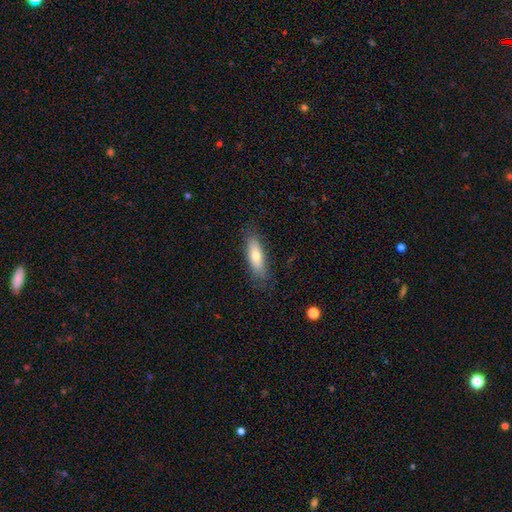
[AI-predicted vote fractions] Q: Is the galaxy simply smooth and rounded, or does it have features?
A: smooth — 71%.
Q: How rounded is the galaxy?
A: in between — 52%.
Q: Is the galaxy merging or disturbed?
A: none — 80%.